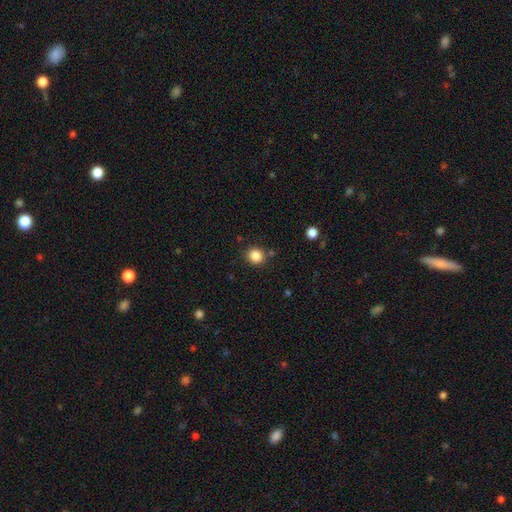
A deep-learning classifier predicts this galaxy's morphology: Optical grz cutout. It shows a smooth galaxy with no disk features (85%) that is round (86%). Merging: none (84%).